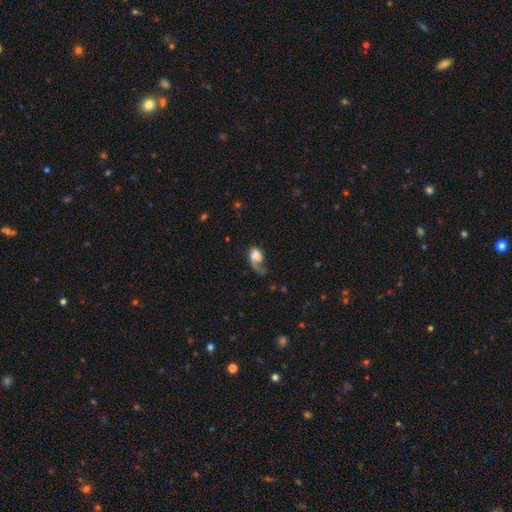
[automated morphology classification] Q: Smooth or featured?
A: smooth (47%); runner-up: featured or disk (44%)
Q: Merging?
A: major disturbance (51%); runner-up: none (23%)